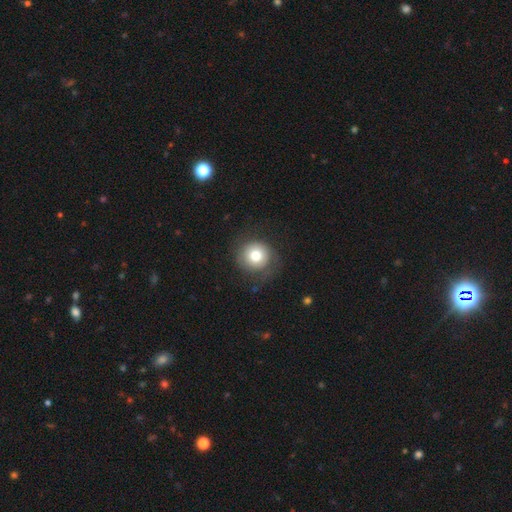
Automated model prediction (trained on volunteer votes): smooth 75%, featured or disk 16%, star or artifact 9%. Down the decision tree: how rounded — round (91%); merging — none (71%).